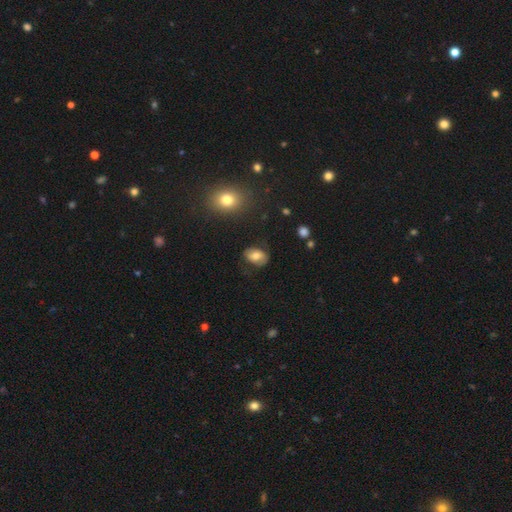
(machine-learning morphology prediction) type=smooth (73%); roundness=in between (81%); merging=none (77%).